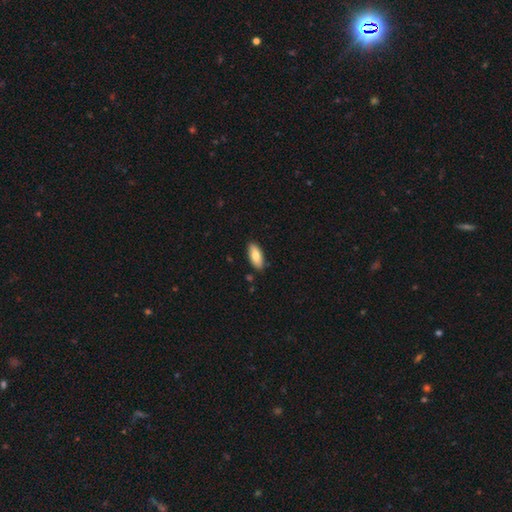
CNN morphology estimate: Smooth or featured: smooth — 79% (featured or disk — 15%)
How rounded: in between — 86% (cigar-shaped — 12%)
Merging: none — 87% (minor disturbance — 10%)